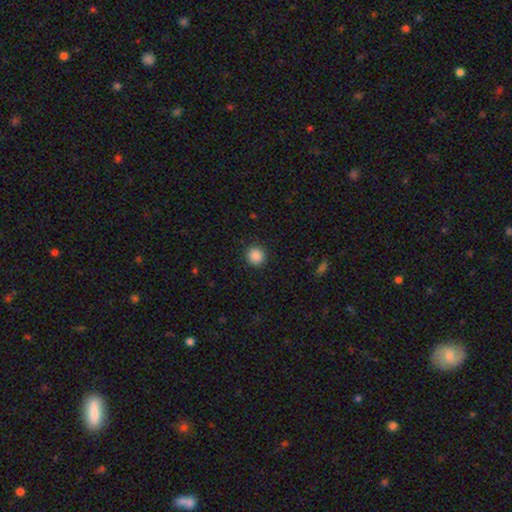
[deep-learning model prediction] smooth_or_featured: smooth (p=0.88) [alt: star or artifact p=0.09]
how_rounded: round (p=0.94) [alt: in between p=0.05]
merging: none (p=0.92) [alt: minor disturbance p=0.05]